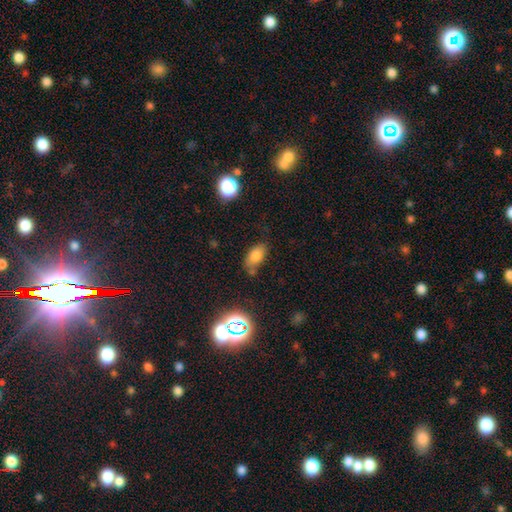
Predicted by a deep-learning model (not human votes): Q: Smooth or featured?
A: smooth (76%); runner-up: star or artifact (14%)
Q: How rounded?
A: in between (89%); runner-up: round (6%)
Q: Merging?
A: none (65%); runner-up: minor disturbance (22%)